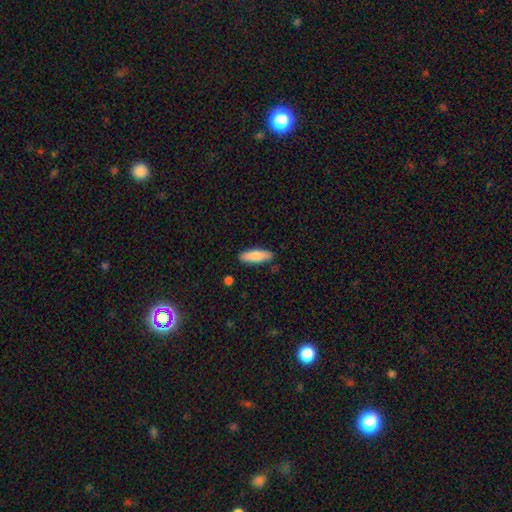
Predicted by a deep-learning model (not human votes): smooth_or_featured: smooth (p=0.84) [alt: featured or disk p=0.10]
how_rounded: in between (p=0.51) [alt: cigar-shaped p=0.47]
merging: none (p=0.86) [alt: minor disturbance p=0.10]